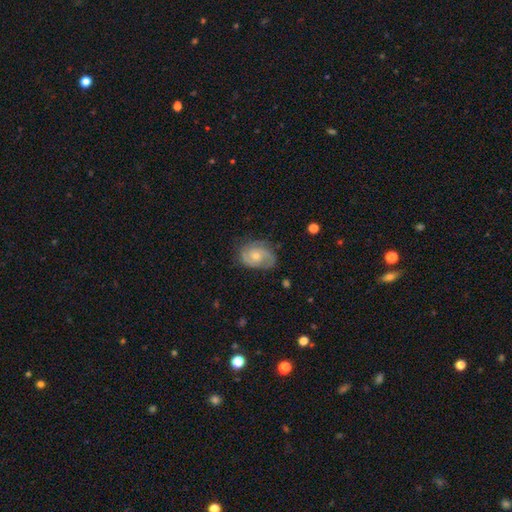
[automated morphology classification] Overall: featured or disk (72%). Edge-on disk: no (97%). Bar: no (72%). Spiral arms: yes (92%). Spiral arm count: 2 (64%). Spiral winding: tight (44%; medium 42%). Bulge size: moderate (48%; small 47%). Merging: none (70%).